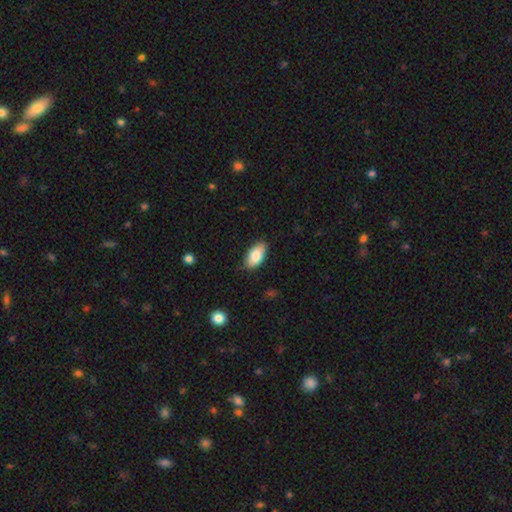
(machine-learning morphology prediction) Smooth or featured? Predicted: smooth (p=0.84). How rounded? Predicted: in between (p=0.93). Merging? Predicted: none (p=0.83).